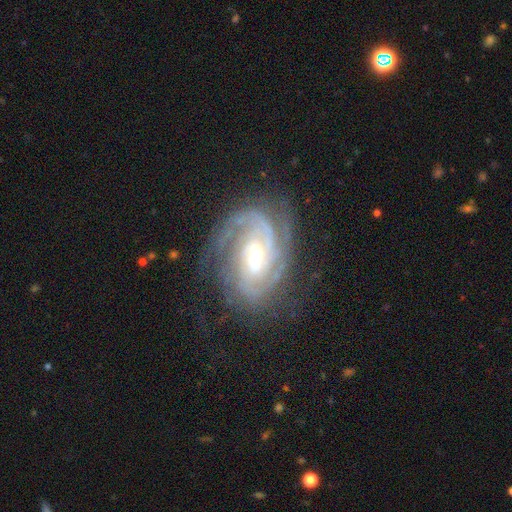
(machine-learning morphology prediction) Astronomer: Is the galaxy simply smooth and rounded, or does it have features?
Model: featured or disk — 91%.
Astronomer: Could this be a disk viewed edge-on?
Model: no — 97%.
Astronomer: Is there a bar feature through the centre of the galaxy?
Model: weak — 47% (runner-up: no, 34%).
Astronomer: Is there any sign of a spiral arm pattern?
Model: yes — 98%.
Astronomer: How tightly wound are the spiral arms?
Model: tight — 70%.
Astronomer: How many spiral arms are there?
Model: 3 — 31% (runner-up: 2, 29%).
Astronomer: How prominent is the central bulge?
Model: moderate — 55% (runner-up: small, 37%).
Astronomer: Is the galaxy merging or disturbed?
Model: none — 73%.